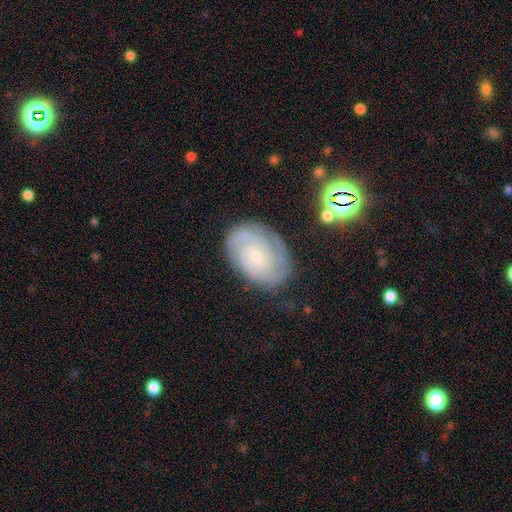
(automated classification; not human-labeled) Smooth or featured?
  - featured or disk: 85% *
  - smooth: 8%
  - star or artifact: 6%
Edge-on disk?
  - no: 97% *
  - yes: 3%
Bar?
  - no: 69% *
  - weak: 26%
  - strong: 5%
Spiral arms?
  - yes: 97% *
  - no: 3%
Spiral winding?
  - tight: 76% *
  - medium: 20%
  - loose: 3%
Spiral arm count?
  - 2: 41% *
  - 3: 24%
  - can't tell: 19%
  - 4: 7%
  - 1: 4%
  - more than 4: 4%
Bulge size?
  - small: 70% *
  - moderate: 26%
  - none: 2%
  - large: 1%
  - dominant: 1%
Merging?
  - none: 79% *
  - minor disturbance: 15%
  - major disturbance: 4%
  - merger: 1%